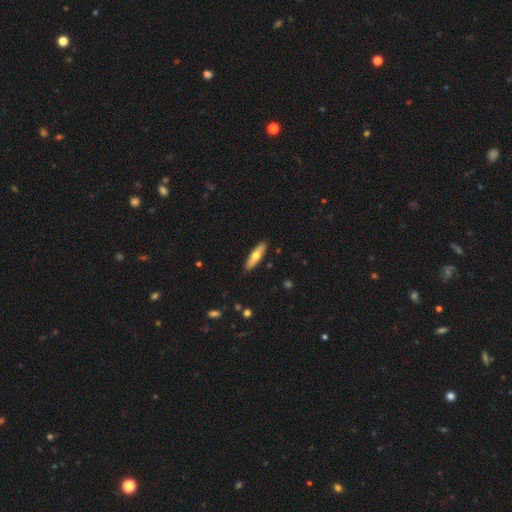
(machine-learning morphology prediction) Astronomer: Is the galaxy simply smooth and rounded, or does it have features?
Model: smooth — 59% (runner-up: featured or disk, 36%).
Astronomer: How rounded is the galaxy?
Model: cigar-shaped — 67%.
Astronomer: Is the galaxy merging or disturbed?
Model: none — 90%.